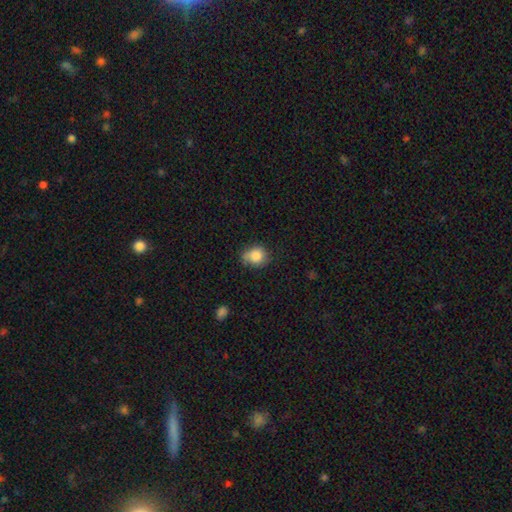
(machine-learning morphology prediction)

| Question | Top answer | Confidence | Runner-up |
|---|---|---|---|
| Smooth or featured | smooth | 83% | star or artifact (9%) |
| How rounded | round | 73% | in between (26%) |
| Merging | none | 57% | minor disturbance (31%) |